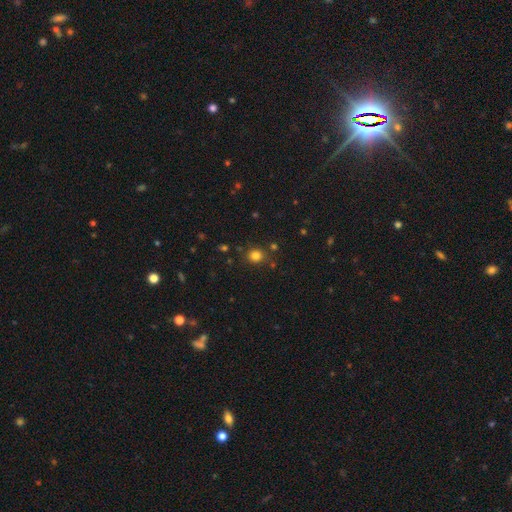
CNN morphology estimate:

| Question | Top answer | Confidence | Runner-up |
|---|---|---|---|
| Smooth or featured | smooth | 80% | star or artifact (15%) |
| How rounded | round | 84% | in between (15%) |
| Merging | none | 82% | minor disturbance (10%) |